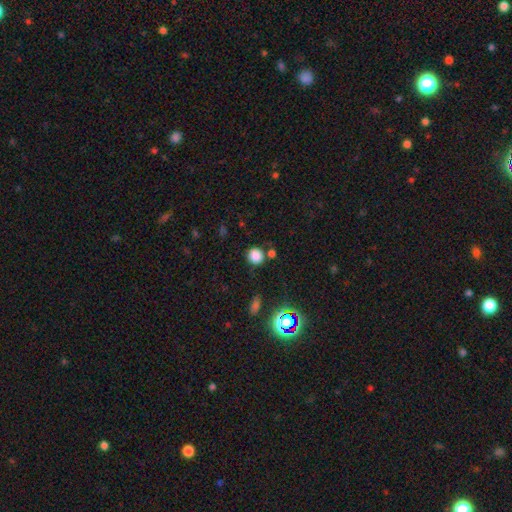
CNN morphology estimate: A smooth galaxy with no disk features (81%) that is round (89%). Merging: none (77%).